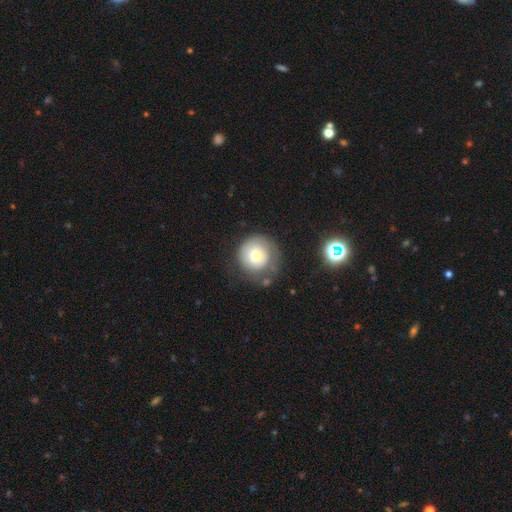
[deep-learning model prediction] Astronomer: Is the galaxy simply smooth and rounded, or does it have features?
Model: smooth — 72%.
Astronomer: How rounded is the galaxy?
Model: round — 93%.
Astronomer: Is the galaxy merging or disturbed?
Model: none — 57%.